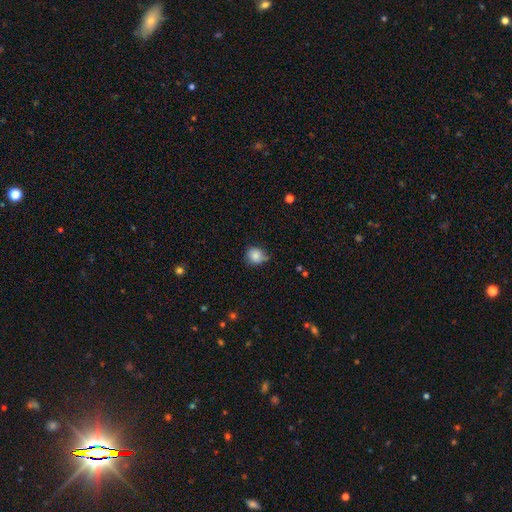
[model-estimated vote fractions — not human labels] Morphology: type=smooth (81%); roundness=round (76%); merging=none (59%).